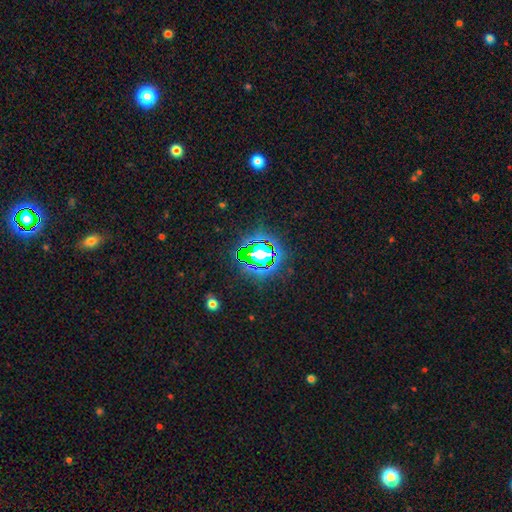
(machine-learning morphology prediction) Smooth or featured: star or artifact — 70% (smooth — 18%)